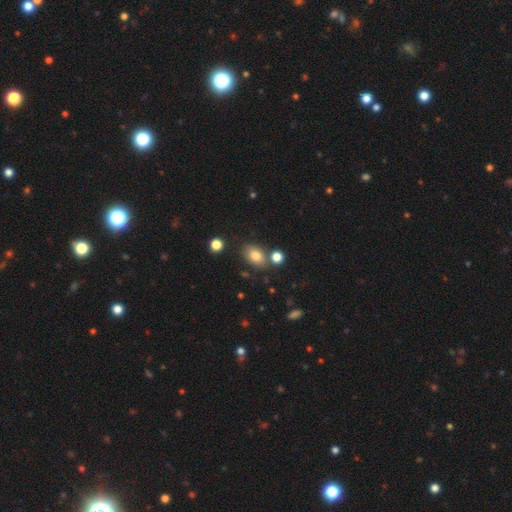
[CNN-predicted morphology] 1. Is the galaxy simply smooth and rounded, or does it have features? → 81% smooth, 10% star or artifact, 9% featured or disk.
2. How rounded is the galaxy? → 80% in between, 18% round, 1% cigar-shaped.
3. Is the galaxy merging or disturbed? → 72% none, 13% minor disturbance, 11% merger, 4% major disturbance.